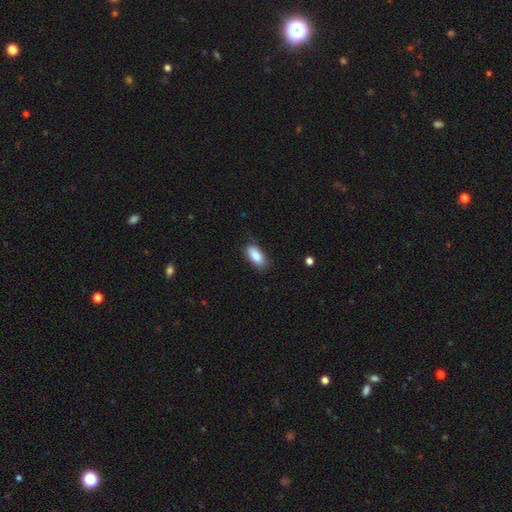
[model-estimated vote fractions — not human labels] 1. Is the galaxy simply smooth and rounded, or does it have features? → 85% smooth, 8% featured or disk, 7% star or artifact.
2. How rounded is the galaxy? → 89% in between, 8% cigar-shaped, 3% round.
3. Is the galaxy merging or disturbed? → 76% none, 19% minor disturbance, 4% major disturbance, 1% merger.